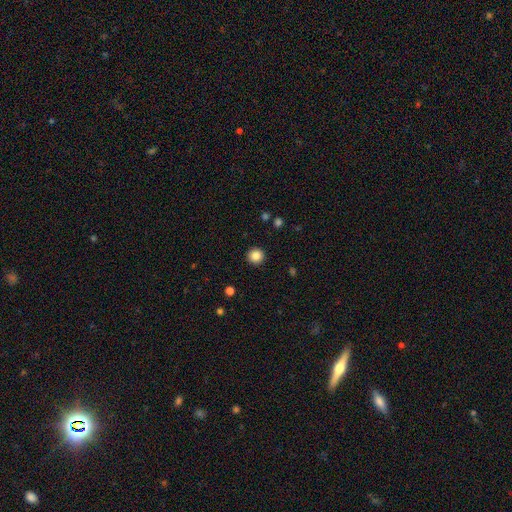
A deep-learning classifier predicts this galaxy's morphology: smooth 85%, star or artifact 10%, featured or disk 5%. Down the decision tree: how rounded — round (95%); merging — none (93%).